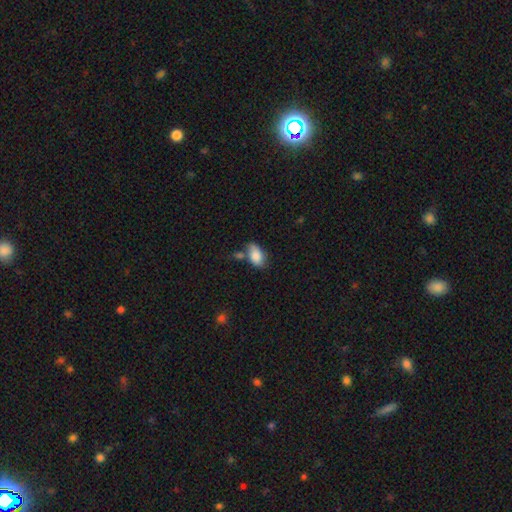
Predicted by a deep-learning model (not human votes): Morphology: type=smooth (82%); roundness=in between (91%); merging=none (44%).